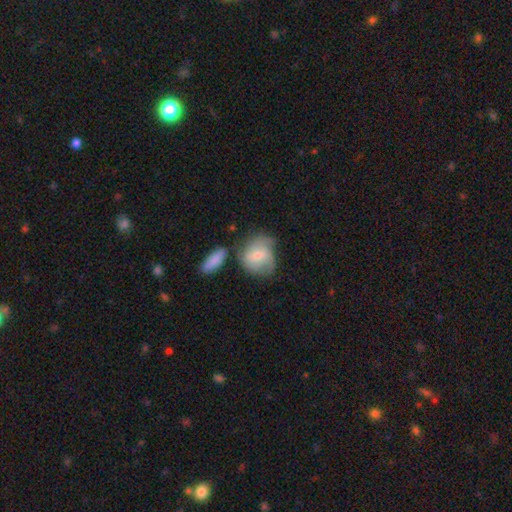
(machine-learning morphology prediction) smooth 49%, featured or disk 44%, star or artifact 7%. Down the decision tree: merging — none (48%).